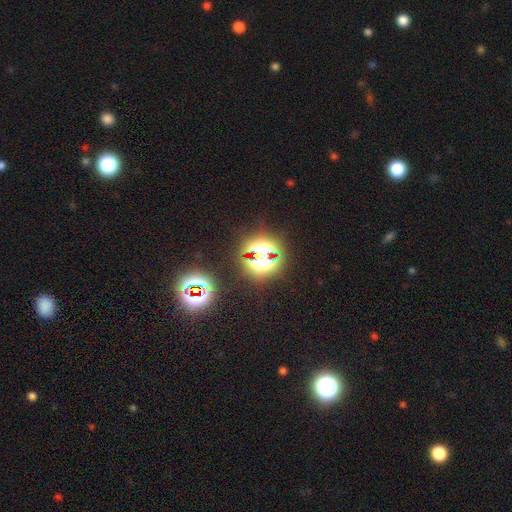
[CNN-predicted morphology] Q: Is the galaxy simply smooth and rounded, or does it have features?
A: star or artifact — 75%.